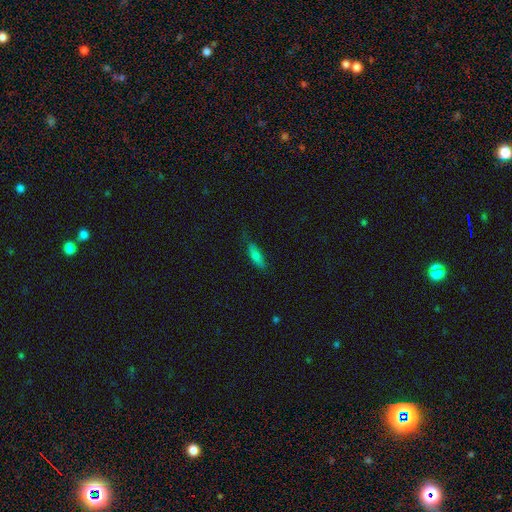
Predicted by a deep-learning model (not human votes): smooth_or_featured: smooth (p=0.71) [alt: featured or disk p=0.20]
how_rounded: cigar-shaped (p=0.55) [alt: in between p=0.43]
merging: none (p=0.76) [alt: minor disturbance p=0.19]